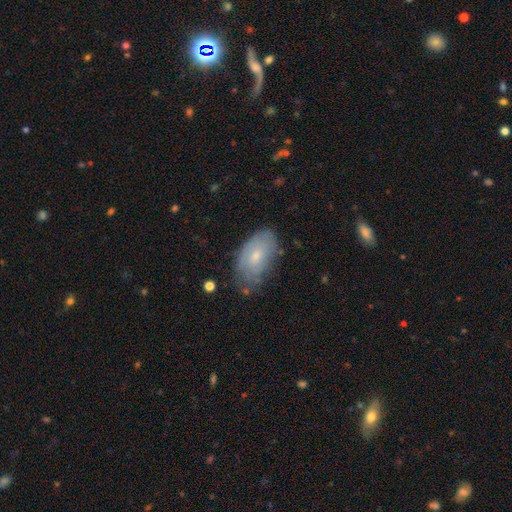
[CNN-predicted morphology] smooth_or_featured: smooth (p=0.59) [alt: featured or disk p=0.34]
how_rounded: in between (p=0.93) [alt: round p=0.05]
merging: none (p=0.60) [alt: minor disturbance p=0.30]